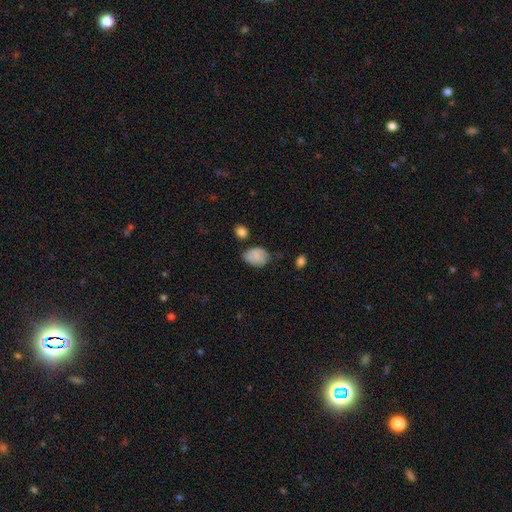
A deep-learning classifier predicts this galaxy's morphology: Smooth or featured?
  - smooth: 78% *
  - featured or disk: 13%
  - star or artifact: 9%
How rounded?
  - in between: 68% *
  - round: 31%
  - cigar-shaped: 1%
Merging?
  - none: 58% *
  - minor disturbance: 31%
  - major disturbance: 7%
  - merger: 4%